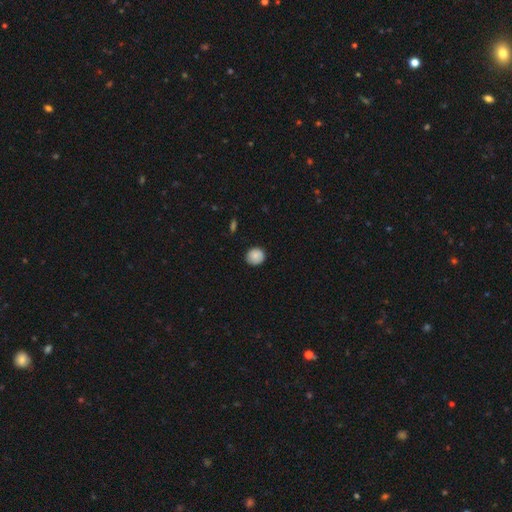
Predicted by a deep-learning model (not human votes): The model was most divided on "how rounded": round: 87%, in between: 12%, cigar-shaped: 1%. More confident: merging — none (87%); smooth or featured — smooth (86%).